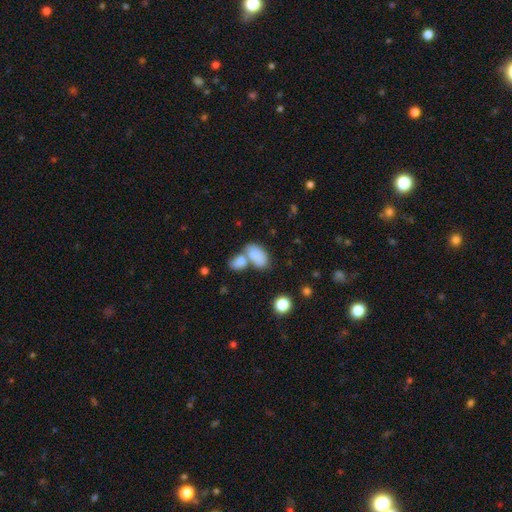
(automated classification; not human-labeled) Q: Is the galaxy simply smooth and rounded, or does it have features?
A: smooth — 79%.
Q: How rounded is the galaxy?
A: in between — 92%.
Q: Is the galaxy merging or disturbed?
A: merger — 56%.